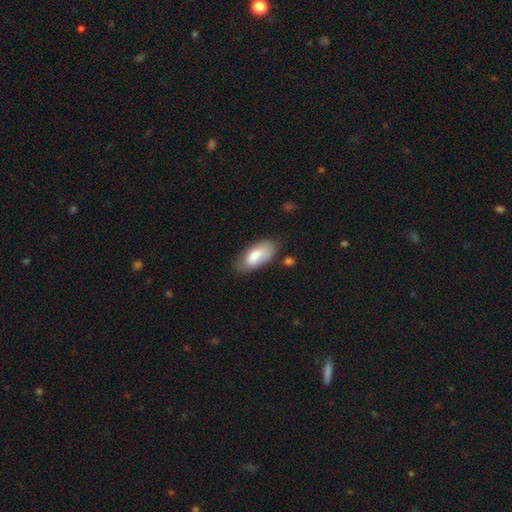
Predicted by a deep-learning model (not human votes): Smooth or featured? smooth (78%)
How rounded? in between (90%)
Merging? none (67%)